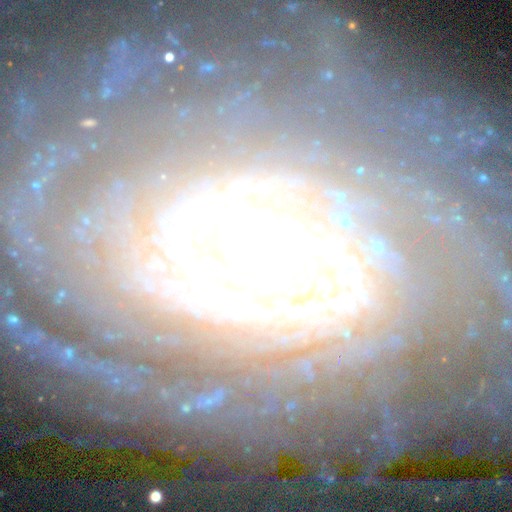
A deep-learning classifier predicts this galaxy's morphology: Smooth or featured?
  - featured or disk: 89% *
  - star or artifact: 6%
  - smooth: 5%
Edge-on disk?
  - no: 95% *
  - yes: 5%
Bar?
  - no: 60% *
  - weak: 24%
  - strong: 16%
Spiral arms?
  - yes: 95% *
  - no: 5%
Spiral winding?
  - tight: 76% *
  - medium: 17%
  - loose: 7%
Spiral arm count?
  - can't tell: 30% *
  - 2: 20%
  - more than 4: 15%
  - 3: 13%
  - 4: 12%
  - 1: 10%
Bulge size?
  - moderate: 60% *
  - small: 25%
  - large: 11%
  - dominant: 2%
  - none: 2%
Merging?
  - none: 71% *
  - minor disturbance: 16%
  - major disturbance: 10%
  - merger: 2%